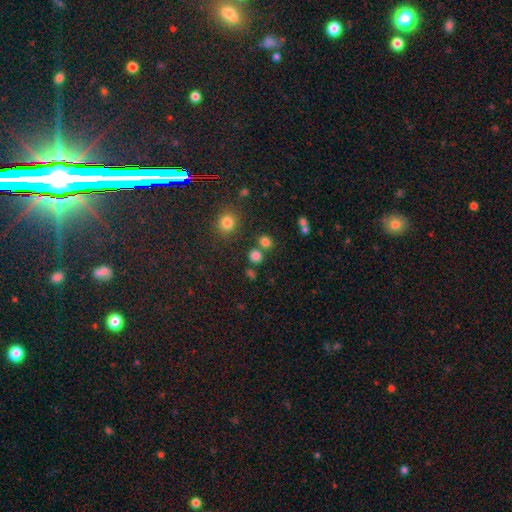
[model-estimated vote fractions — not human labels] Q: Smooth or featured?
A: smooth (78%); runner-up: star or artifact (17%)
Q: How rounded?
A: round (86%); runner-up: in between (13%)
Q: Merging?
A: none (72%); runner-up: merger (18%)